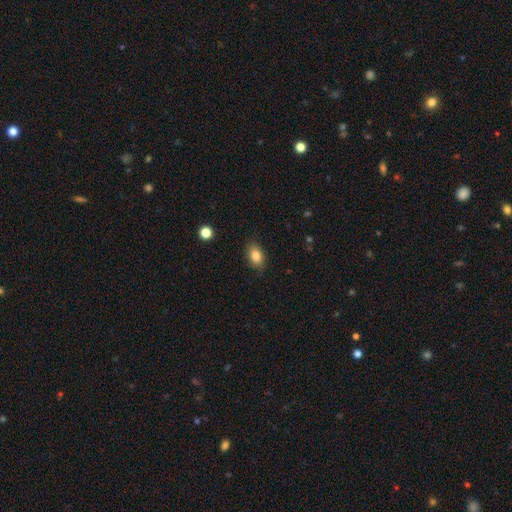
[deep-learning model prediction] Q: Smooth or featured?
A: smooth (85%); runner-up: star or artifact (8%)
Q: How rounded?
A: in between (86%); runner-up: round (12%)
Q: Merging?
A: none (84%); runner-up: minor disturbance (12%)